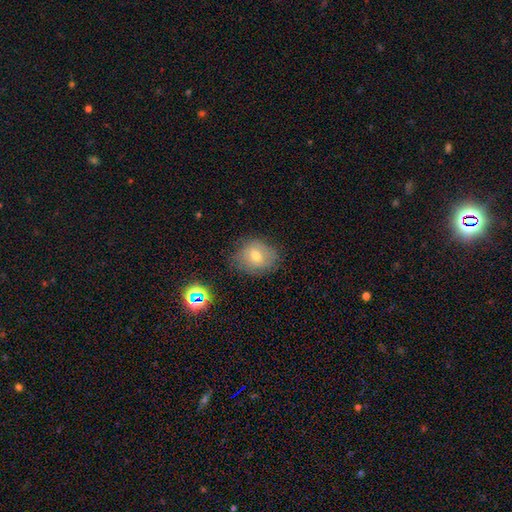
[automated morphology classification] Smooth or featured? smooth (65%)
How rounded? round (67%)
Merging? none (71%)